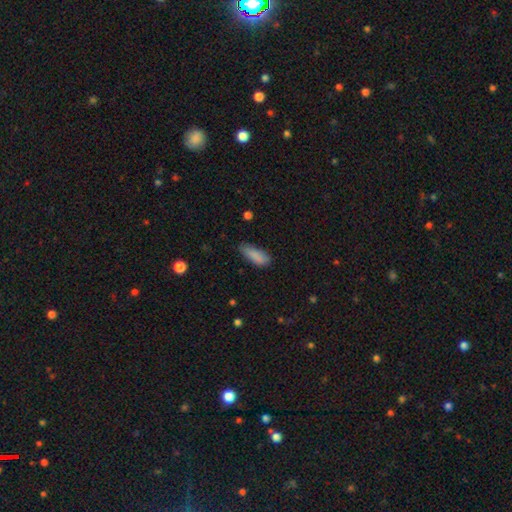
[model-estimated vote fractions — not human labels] Overall: smooth (87%). How rounded: in between (67%; cigar-shaped 31%). Merging: none (68%).